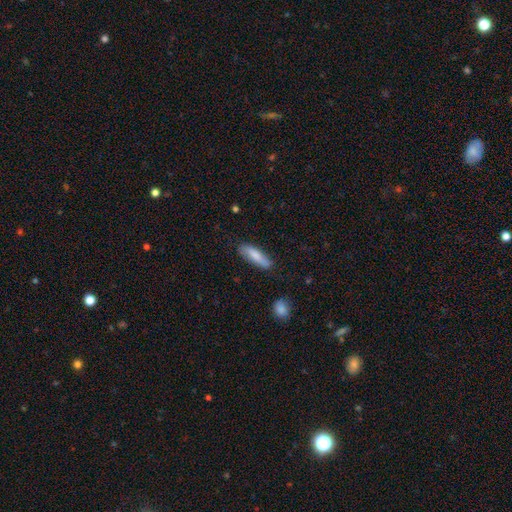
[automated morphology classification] smooth 79%, featured or disk 15%, star or artifact 6%. Down the decision tree: how rounded — cigar-shaped (65%); merging — none (78%).